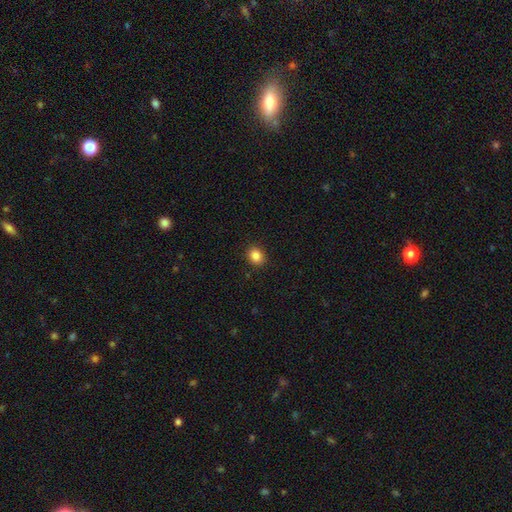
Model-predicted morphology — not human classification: Smooth or featured: smooth — 85% (star or artifact — 10%)
How rounded: round — 65% (in between — 34%)
Merging: none — 90% (minor disturbance — 7%)